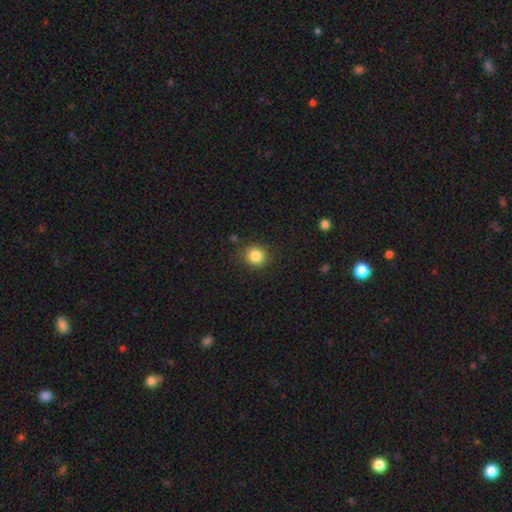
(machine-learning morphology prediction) Smooth or featured? Predicted: smooth (p=0.85). How rounded? Predicted: round (p=0.89). Merging? Predicted: none (p=0.87).